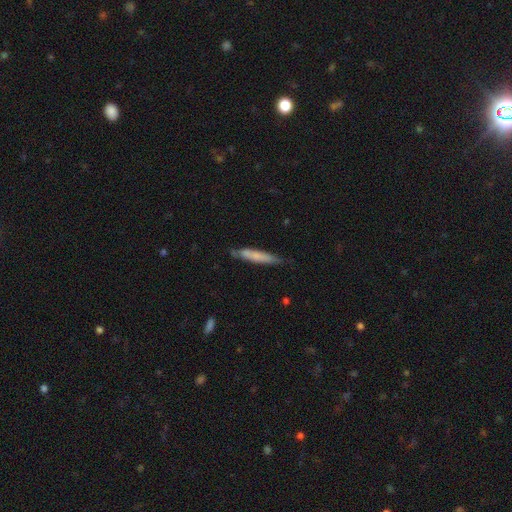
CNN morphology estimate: Smooth or featured?
  - smooth: 65% *
  - featured or disk: 28%
  - star or artifact: 6%
How rounded?
  - cigar-shaped: 92% *
  - in between: 7%
  - round: 1%
Merging?
  - none: 71% *
  - minor disturbance: 23%
  - major disturbance: 4%
  - merger: 3%